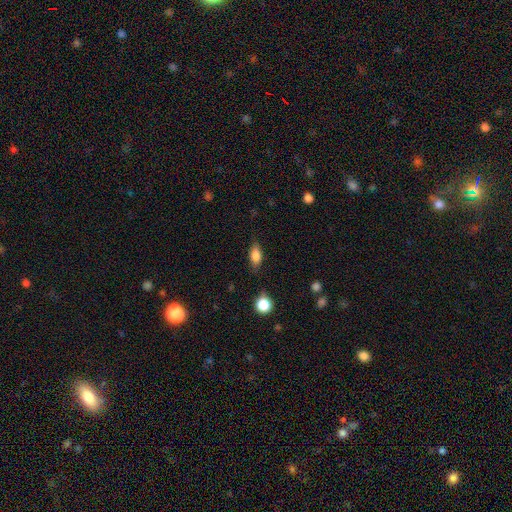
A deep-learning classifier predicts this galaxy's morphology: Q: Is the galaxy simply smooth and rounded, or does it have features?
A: smooth — 77%.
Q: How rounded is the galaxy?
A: in between — 82%.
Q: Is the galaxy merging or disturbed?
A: none — 75%.